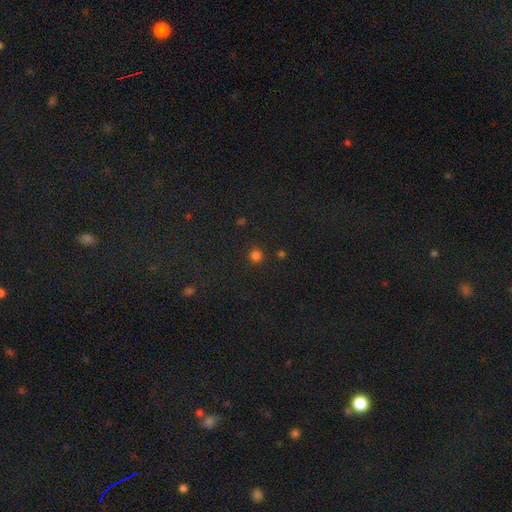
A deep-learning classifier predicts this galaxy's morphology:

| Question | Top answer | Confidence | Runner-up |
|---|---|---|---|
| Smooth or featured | smooth | 80% | star or artifact (17%) |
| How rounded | round | 93% | in between (6%) |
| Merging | none | 90% | minor disturbance (6%) |